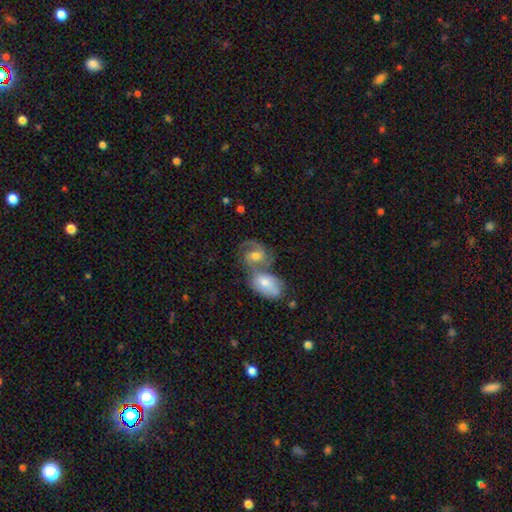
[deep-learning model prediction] The model was most divided on "bar" (2-way tie): no: 44%, weak: 44%, strong: 12%. More confident: edge-on disk — no (97%); spiral arms — yes (94%); spiral arm count — 2 (75%); smooth or featured — featured or disk (74%); merging — merger (64%); bulge size — moderate (60%); spiral winding — medium (54%).